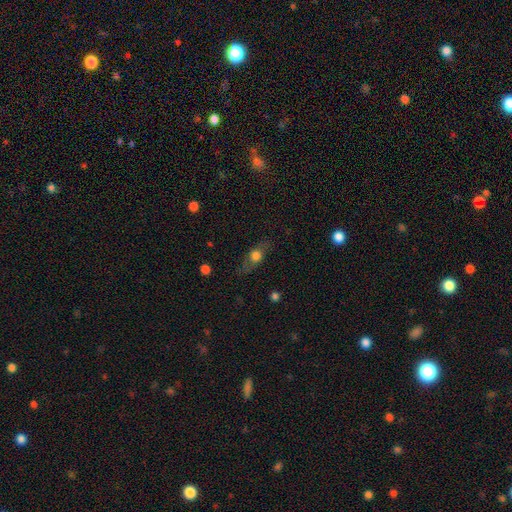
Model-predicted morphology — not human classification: Smooth or featured? Predicted: smooth (p=0.52). How rounded? Predicted: in between (p=0.52). Merging? Predicted: none (p=0.74).